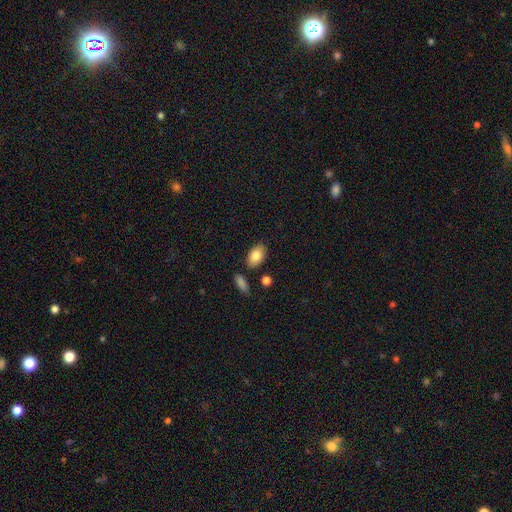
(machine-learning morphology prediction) Smooth or featured?
  - smooth: 83% *
  - featured or disk: 10%
  - star or artifact: 7%
How rounded?
  - in between: 91% *
  - round: 7%
  - cigar-shaped: 2%
Merging?
  - none: 81% *
  - minor disturbance: 12%
  - merger: 4%
  - major disturbance: 3%